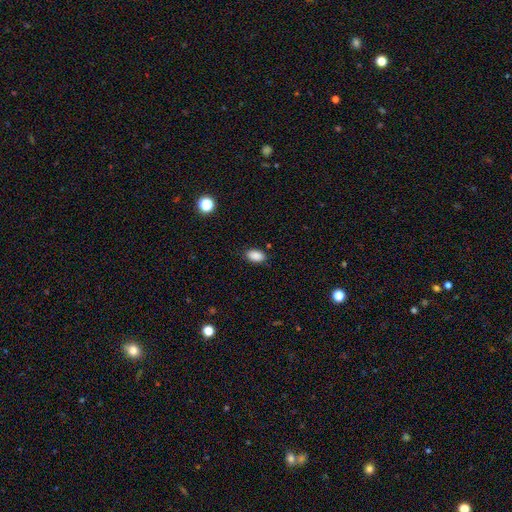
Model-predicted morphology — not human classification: Smooth or featured? Predicted: smooth (p=0.88). How rounded? Predicted: in between (p=0.92). Merging? Predicted: none (p=0.85).